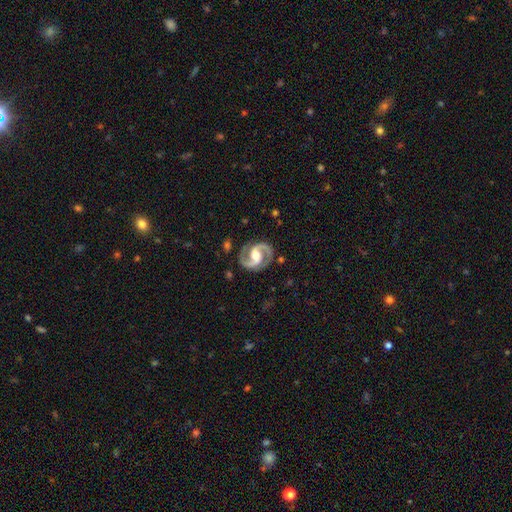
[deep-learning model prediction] Overall: featured or disk (93%). Edge-on disk: no (98%). Bar: weak (41%; strong 31%). Spiral arms: yes (98%). Spiral arm count: 2 (95%). Spiral winding: medium (62%; tight 25%). Bulge size: moderate (60%; large 21%). Merging: none (85%).